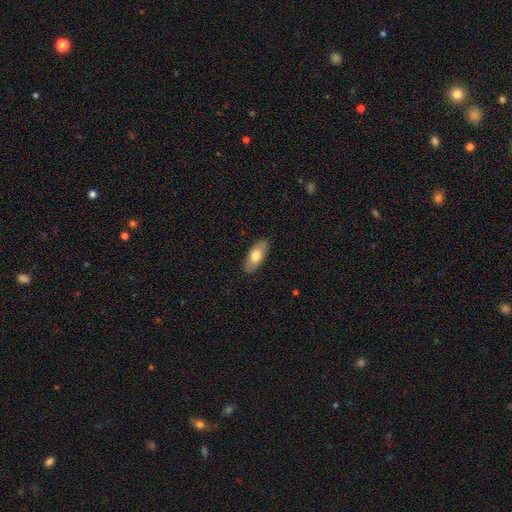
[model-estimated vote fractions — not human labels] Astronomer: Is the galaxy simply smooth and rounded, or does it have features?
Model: smooth — 69%.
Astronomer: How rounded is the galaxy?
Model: in between — 85%.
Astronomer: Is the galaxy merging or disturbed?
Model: none — 86%.